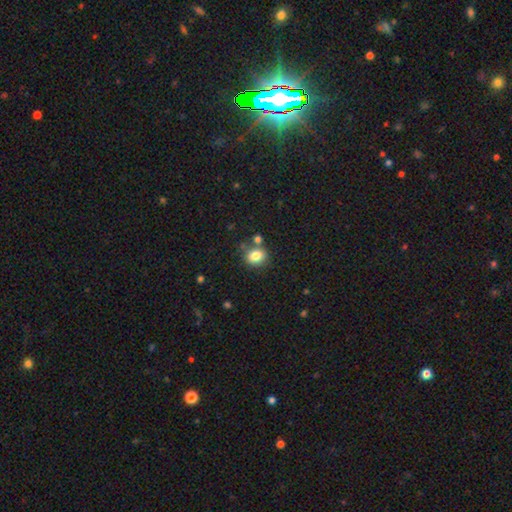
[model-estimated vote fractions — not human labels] A smooth galaxy with no disk features (82%) that is round (62%).

Vote fractions:
- Smooth or featured? smooth: 82% / star or artifact: 11% / featured or disk: 8%
- How rounded? round: 62% / in between: 38% / cigar-shaped: 1%
- Merging? none: 71% / merger: 14% / minor disturbance: 12% / major disturbance: 3%